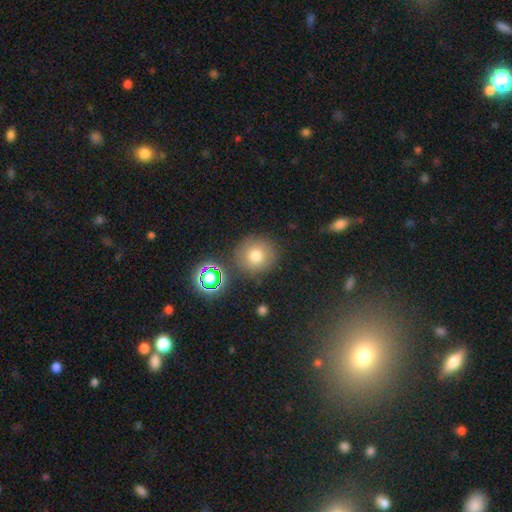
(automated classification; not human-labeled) Morphology: type=smooth (74%); roundness=round (93%); merging=none (83%).